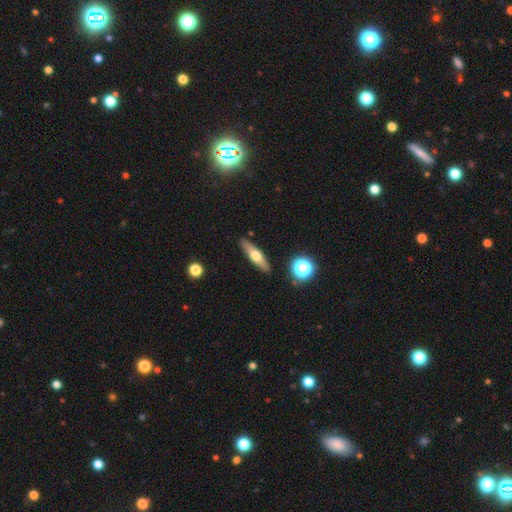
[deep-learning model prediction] Smooth or featured? Predicted: featured or disk (p=0.49). Merging? Predicted: none (p=0.89).